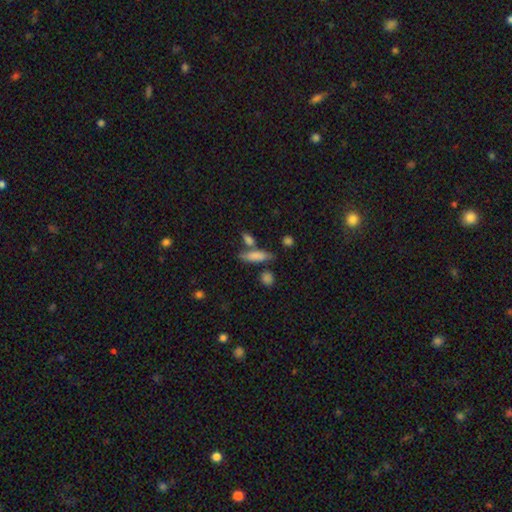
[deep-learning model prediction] smooth-or-featured: smooth: 77% | featured or disk: 16% | star or artifact: 7%
  how-rounded: cigar-shaped: 61% | in between: 34% | round: 4%
  merging: none: 65% | merger: 17% | minor disturbance: 14% | major disturbance: 5%